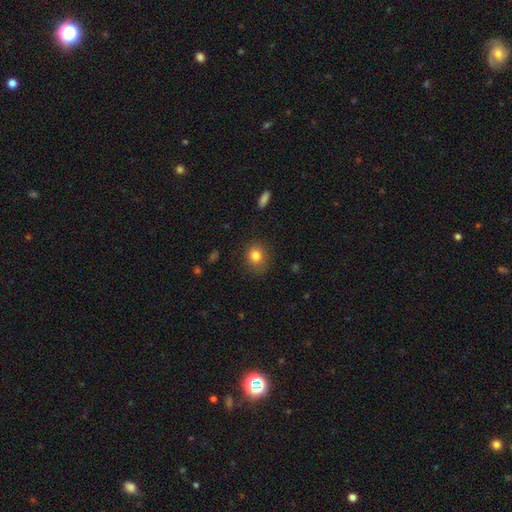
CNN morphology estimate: This is clearly a smooth galaxy (82%). How rounded: likely round (69%). Merging: likely none (80%).